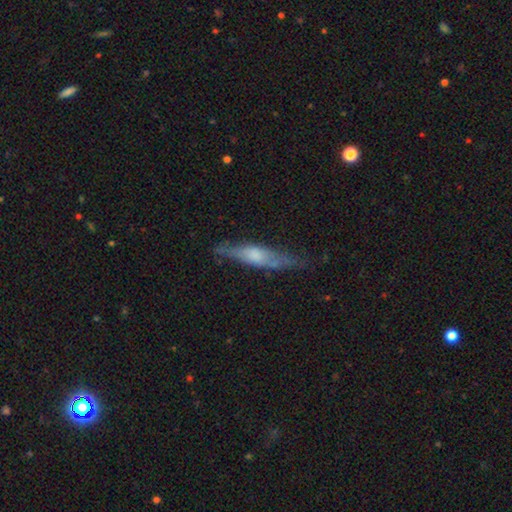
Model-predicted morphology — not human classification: smooth_or_featured: featured or disk (p=0.58) [alt: smooth p=0.35]
disk_edge_on: yes (p=0.85) [alt: no p=0.15]
merging: none (p=0.70) [alt: minor disturbance p=0.21]